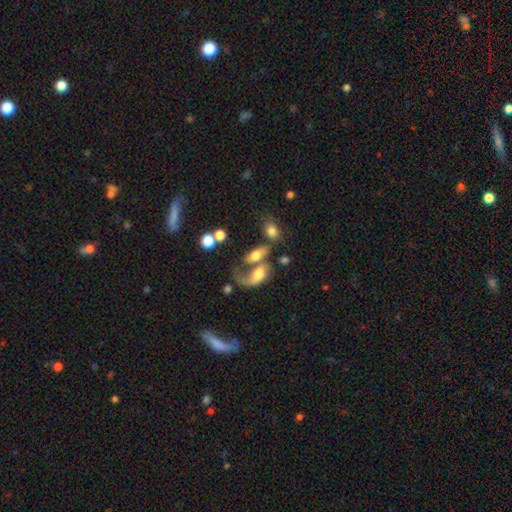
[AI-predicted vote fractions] Smooth or featured?
  - smooth: 51% *
  - featured or disk: 37%
  - star or artifact: 11%
How rounded?
  - in between: 79% *
  - round: 12%
  - cigar-shaped: 9%
Merging?
  - merger: 53% *
  - major disturbance: 21%
  - none: 17%
  - minor disturbance: 8%